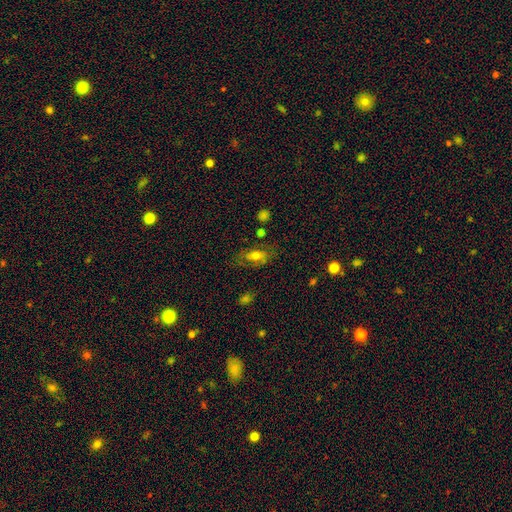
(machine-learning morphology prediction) Smooth or featured?
  - smooth: 57% *
  - featured or disk: 32%
  - star or artifact: 10%
How rounded?
  - in between: 84% *
  - round: 10%
  - cigar-shaped: 6%
Merging?
  - none: 65% *
  - minor disturbance: 21%
  - major disturbance: 11%
  - merger: 3%